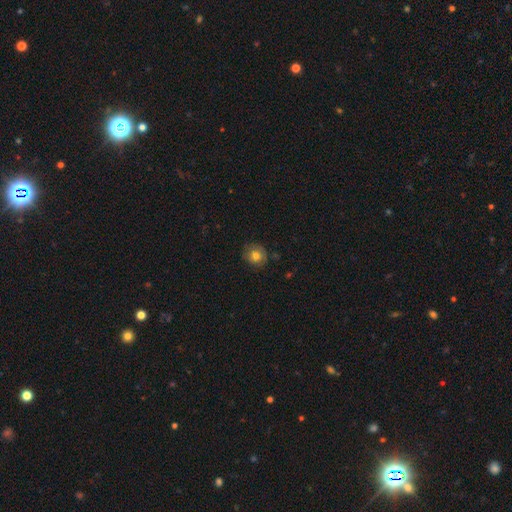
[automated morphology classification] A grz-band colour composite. It shows a smooth galaxy with no disk features (77%) that is round (88%). Merging: none (83%).